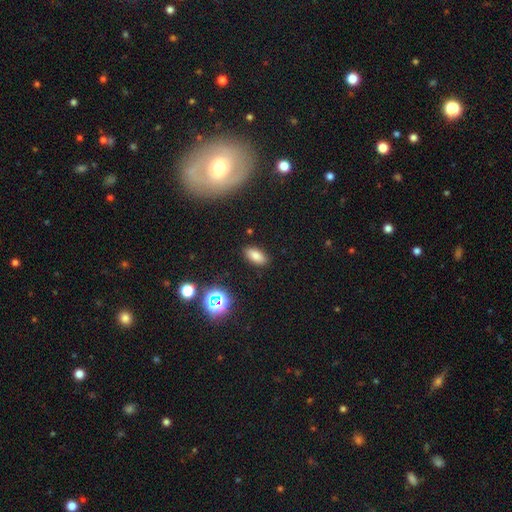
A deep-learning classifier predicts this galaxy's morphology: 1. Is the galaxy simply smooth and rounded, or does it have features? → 78% smooth, 14% star or artifact, 7% featured or disk.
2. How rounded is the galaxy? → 86% in between, 9% cigar-shaped, 4% round.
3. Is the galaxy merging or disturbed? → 88% none, 8% minor disturbance, 2% major disturbance, 1% merger.